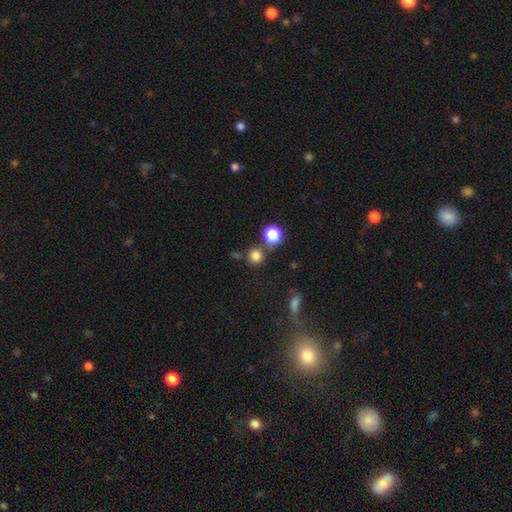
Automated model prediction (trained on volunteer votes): smooth 77%, star or artifact 16%, featured or disk 6%. Down the decision tree: how rounded — round (92%); merging — none (73%).